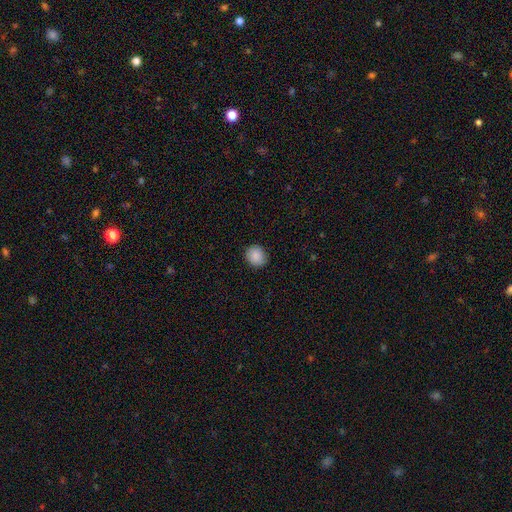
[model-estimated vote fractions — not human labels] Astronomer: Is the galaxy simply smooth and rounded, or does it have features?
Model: smooth — 88%.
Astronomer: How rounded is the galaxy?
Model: round — 83%.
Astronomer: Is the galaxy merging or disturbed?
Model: none — 87%.